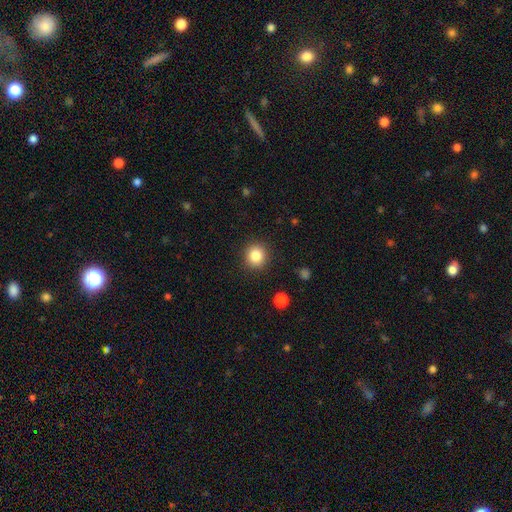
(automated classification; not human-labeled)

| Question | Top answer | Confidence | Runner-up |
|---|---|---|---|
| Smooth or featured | smooth | 84% | star or artifact (11%) |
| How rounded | round | 90% | in between (9%) |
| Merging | none | 90% | minor disturbance (6%) |